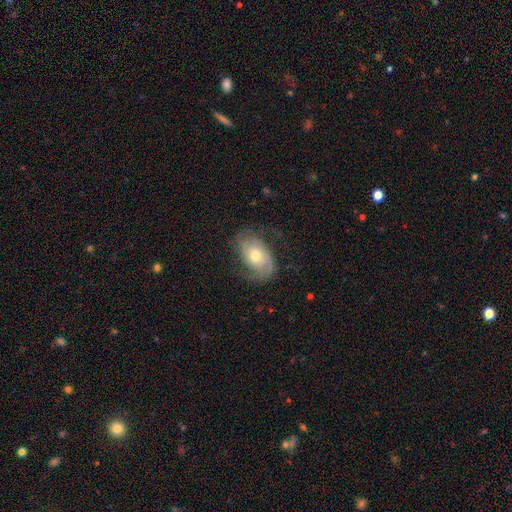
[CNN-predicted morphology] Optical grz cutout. It shows a featured or disk galaxy (68%) with no bar (73%), 2 (64%) medium (39%) spiral arms (88%) and a moderate central bulge (67%). Merging: none (65%).